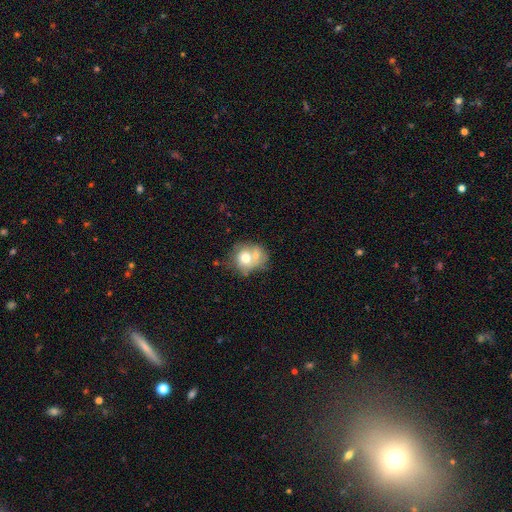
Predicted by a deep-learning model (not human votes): smooth 64%, featured or disk 27%, star or artifact 9%. Down the decision tree: how rounded — round (71%); merging — merger (55%).